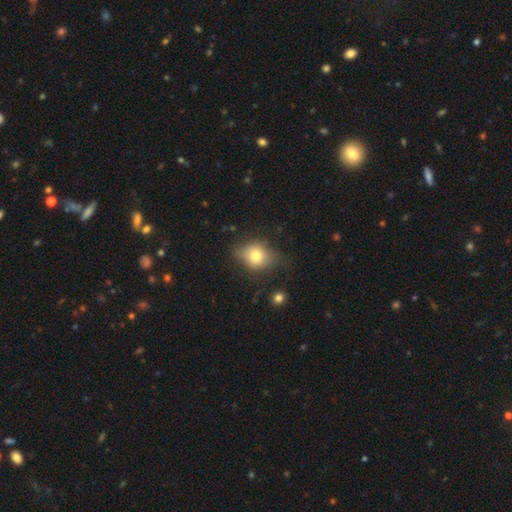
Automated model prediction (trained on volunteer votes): smooth 72%, featured or disk 17%, star or artifact 11%. Down the decision tree: how rounded — round (53%); merging — none (61%).